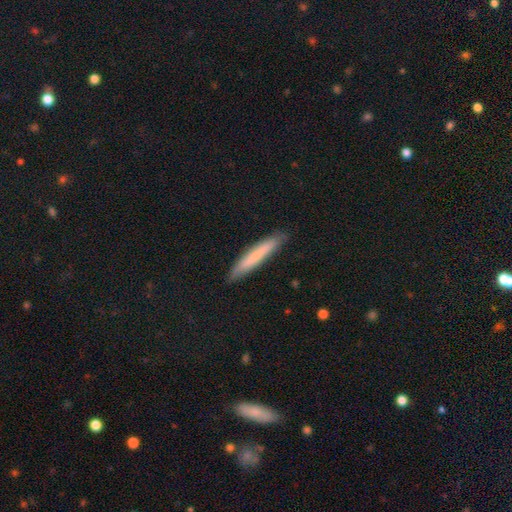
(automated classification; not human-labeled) A smooth galaxy with no disk features (74%) that is cigar-shaped (94%).

Vote fractions:
- Smooth or featured? smooth: 74% / featured or disk: 20% / star or artifact: 6%
- How rounded? cigar-shaped: 94% / in between: 4% / round: 1%
- Merging? none: 87% / minor disturbance: 10% / major disturbance: 2% / merger: 1%